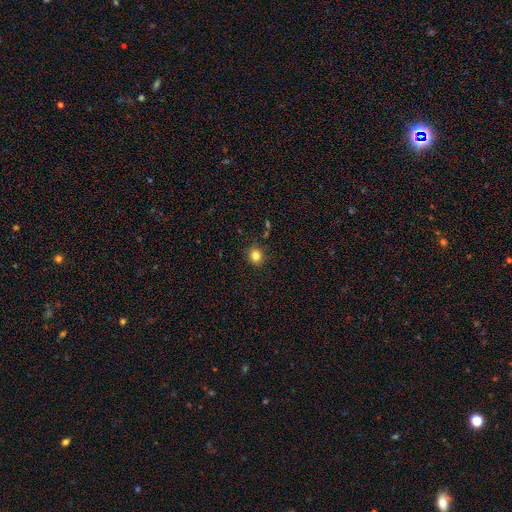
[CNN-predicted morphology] The model was most divided on "how rounded": round: 84%, in between: 15%, cigar-shaped: 1%. More confident: merging — none (89%); smooth or featured — smooth (82%).